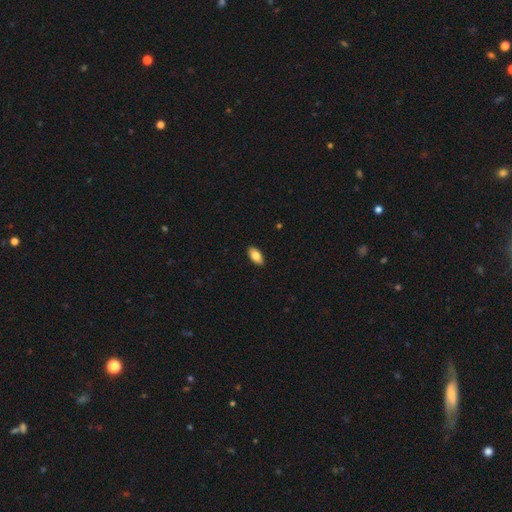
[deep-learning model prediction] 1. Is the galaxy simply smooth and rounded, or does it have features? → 82% smooth, 12% featured or disk, 7% star or artifact.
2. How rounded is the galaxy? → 93% in between, 4% cigar-shaped, 3% round.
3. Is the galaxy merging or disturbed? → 90% none, 7% minor disturbance, 1% major disturbance, 1% merger.